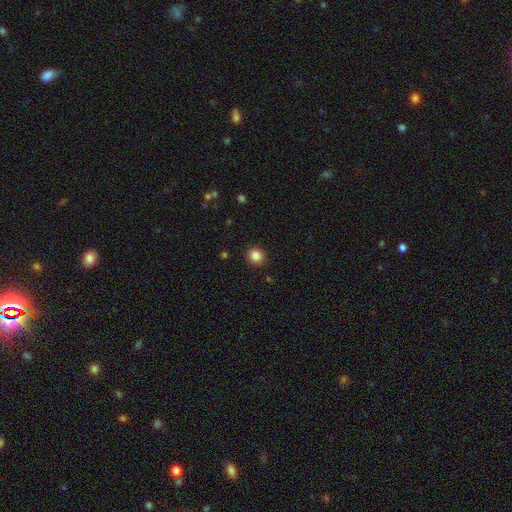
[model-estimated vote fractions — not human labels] A smooth galaxy with no disk features (85%) that is round (89%). Merging: none (91%).